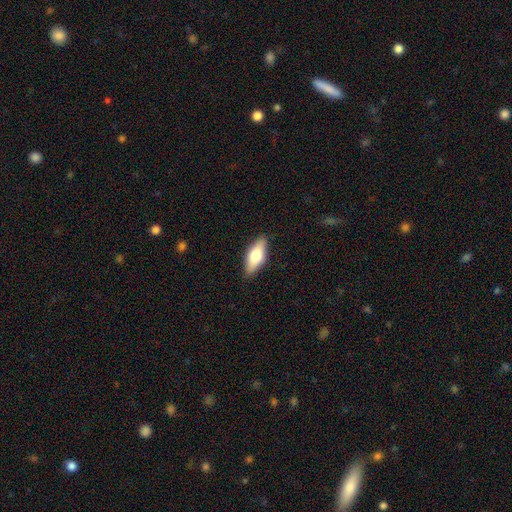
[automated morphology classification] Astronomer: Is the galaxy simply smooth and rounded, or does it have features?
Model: smooth — 69%.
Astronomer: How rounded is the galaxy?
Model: in between — 78%.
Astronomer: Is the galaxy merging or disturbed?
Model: none — 86%.